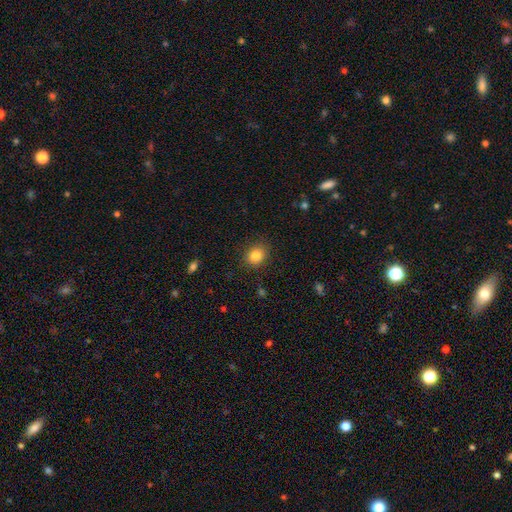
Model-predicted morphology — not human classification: A smooth galaxy with no disk features (84%) that is round (62%). Merging: none (86%).